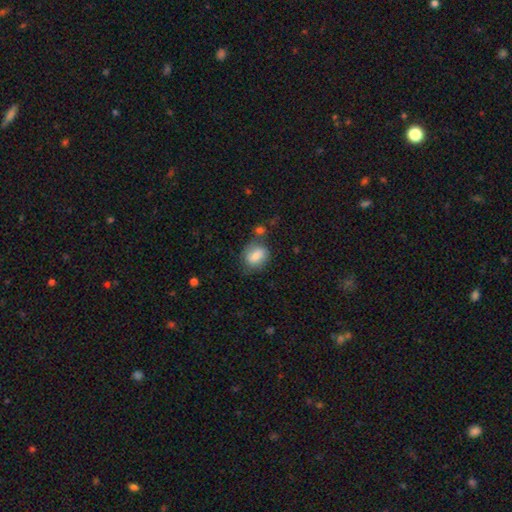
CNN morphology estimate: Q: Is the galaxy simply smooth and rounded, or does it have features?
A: smooth — 78%.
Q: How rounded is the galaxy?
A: in between — 59%.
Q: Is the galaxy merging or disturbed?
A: none — 64%.